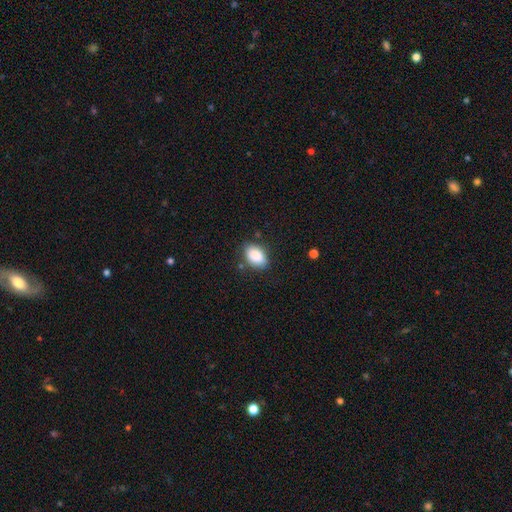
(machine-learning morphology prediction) A smooth galaxy with no disk features (88%) that is in between round and cigar-shaped (88%). Merging: none (81%).